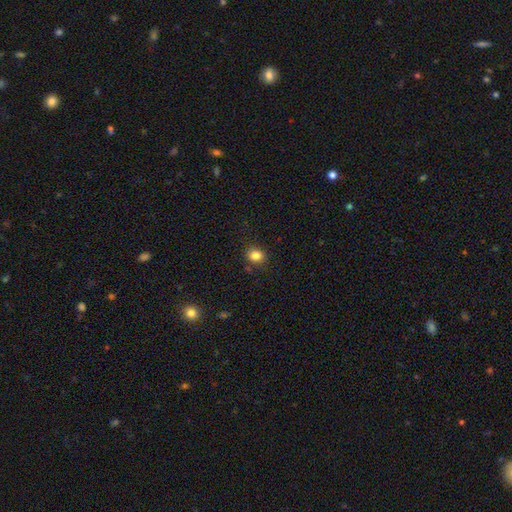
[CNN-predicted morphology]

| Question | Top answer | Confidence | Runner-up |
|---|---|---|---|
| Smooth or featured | smooth | 83% | star or artifact (12%) |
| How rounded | round | 66% | in between (33%) |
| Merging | none | 86% | minor disturbance (10%) |